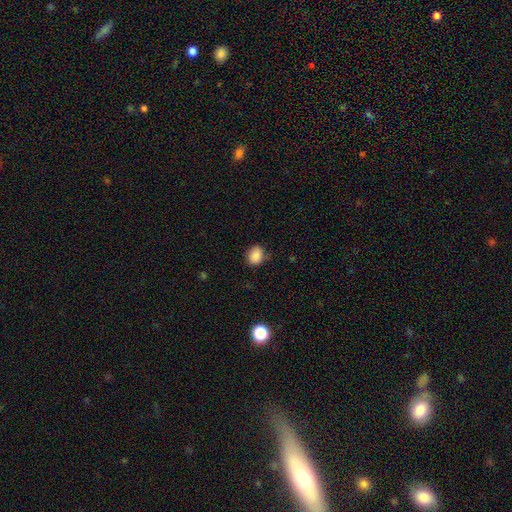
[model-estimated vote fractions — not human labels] Q: Smooth or featured?
A: smooth (88%); runner-up: star or artifact (9%)
Q: How rounded?
A: in between (62%); runner-up: round (37%)
Q: Merging?
A: none (78%); runner-up: minor disturbance (17%)